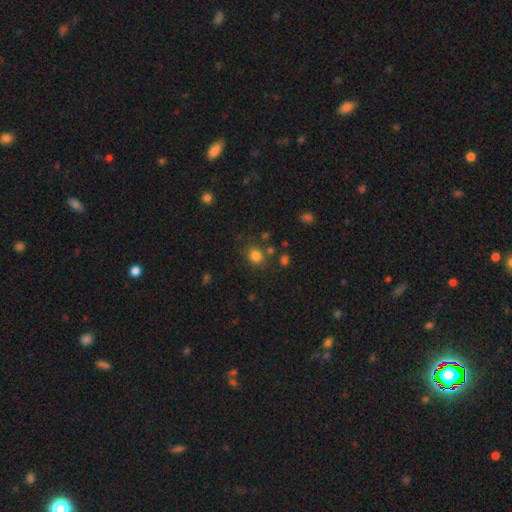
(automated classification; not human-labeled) Smooth or featured?
  - smooth: 80% *
  - star or artifact: 14%
  - featured or disk: 6%
How rounded?
  - round: 77% *
  - in between: 22%
  - cigar-shaped: 1%
Merging?
  - none: 77% *
  - minor disturbance: 12%
  - merger: 7%
  - major disturbance: 5%